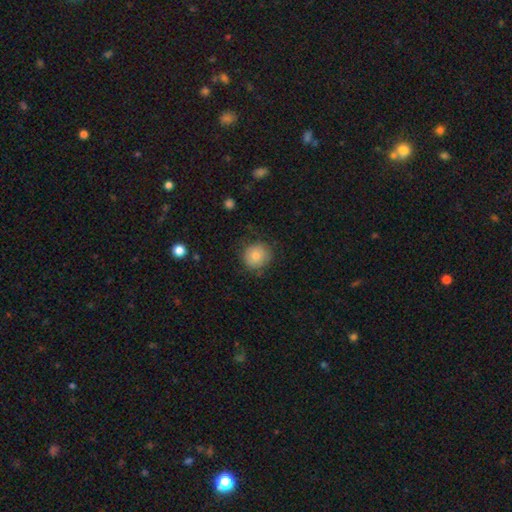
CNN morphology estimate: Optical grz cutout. It shows a smooth galaxy with no disk features (80%) that is round (88%). Merging: none (77%).